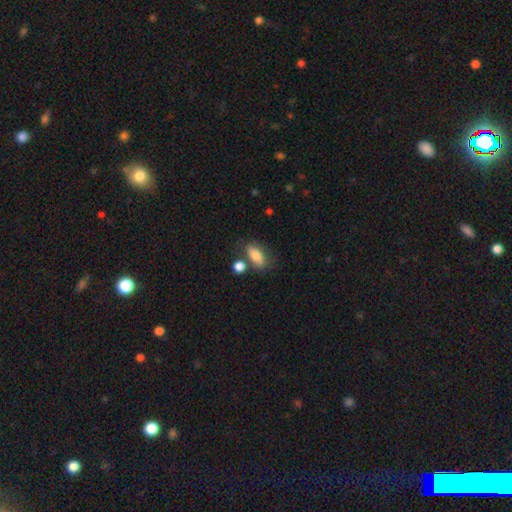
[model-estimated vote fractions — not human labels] Q: Smooth or featured?
A: smooth (80%); runner-up: featured or disk (12%)
Q: How rounded?
A: in between (84%); runner-up: cigar-shaped (9%)
Q: Merging?
A: none (60%); runner-up: minor disturbance (18%)